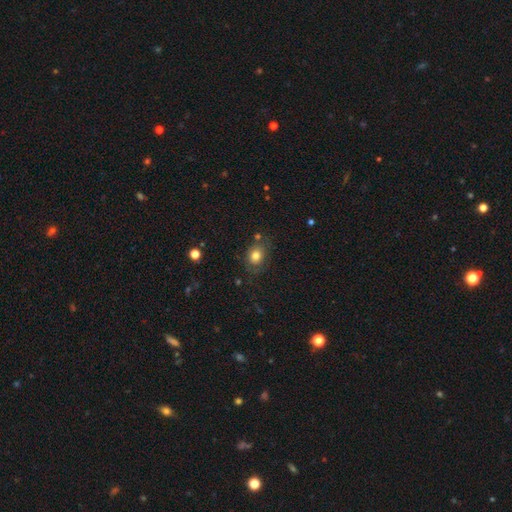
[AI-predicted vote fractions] A smooth galaxy with no disk features (77%) that is round (50%). Merging: none (72%).